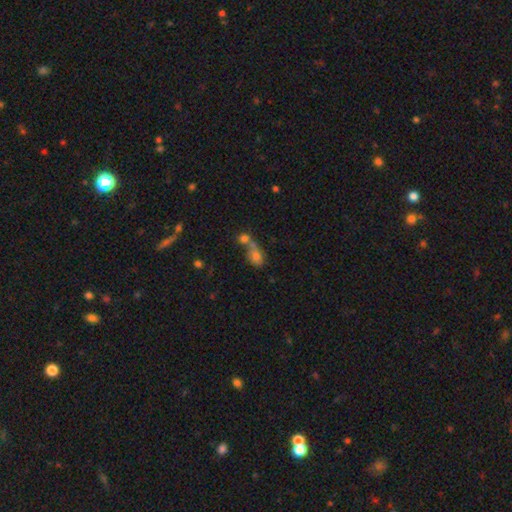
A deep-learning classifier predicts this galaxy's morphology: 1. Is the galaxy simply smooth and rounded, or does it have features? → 70% smooth, 16% star or artifact, 14% featured or disk.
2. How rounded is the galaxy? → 65% in between, 32% round, 3% cigar-shaped.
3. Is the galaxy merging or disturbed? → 54% merger, 29% none, 10% minor disturbance, 7% major disturbance.